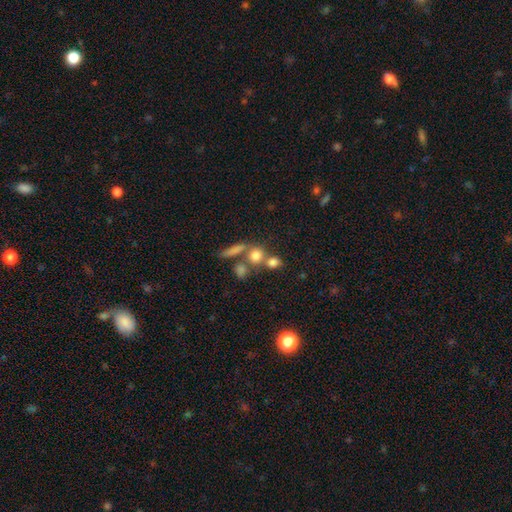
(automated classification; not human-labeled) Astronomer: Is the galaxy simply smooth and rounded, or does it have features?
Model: smooth — 74%.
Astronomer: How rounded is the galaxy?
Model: round — 76%.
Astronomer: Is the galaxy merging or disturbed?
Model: none — 48% (runner-up: merger, 38%).